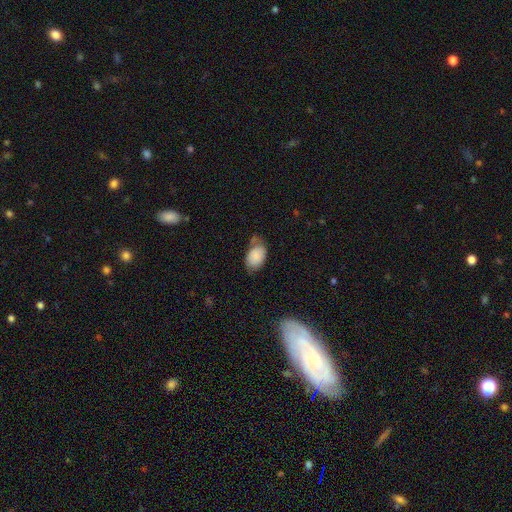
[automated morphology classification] A smooth galaxy with no disk features (82%) that is in between round and cigar-shaped (89%).

Vote fractions:
- Smooth or featured? smooth: 82% / featured or disk: 11% / star or artifact: 7%
- How rounded? in between: 89% / round: 10% / cigar-shaped: 1%
- Merging? none: 46% / minor disturbance: 36% / major disturbance: 12% / merger: 6%